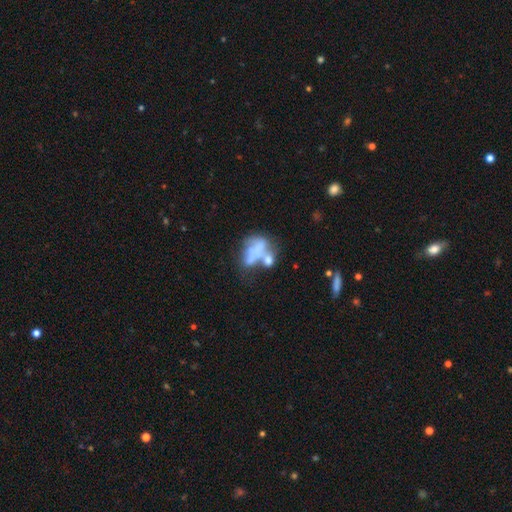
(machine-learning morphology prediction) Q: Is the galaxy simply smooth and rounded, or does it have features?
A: featured or disk — 44%.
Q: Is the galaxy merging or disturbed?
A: merger — 38%.